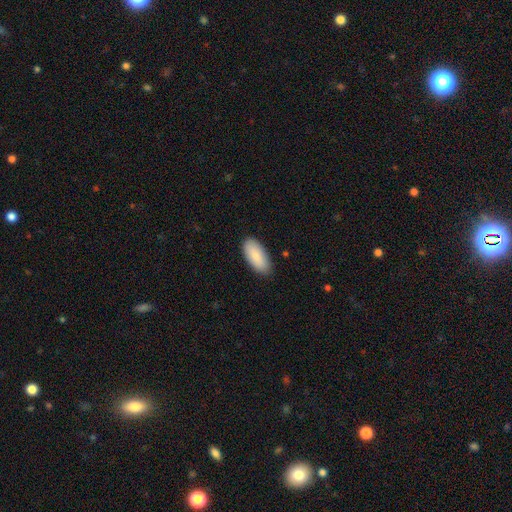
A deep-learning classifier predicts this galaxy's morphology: Overall: smooth (88%). How rounded: in between (91%). Merging: none (87%).